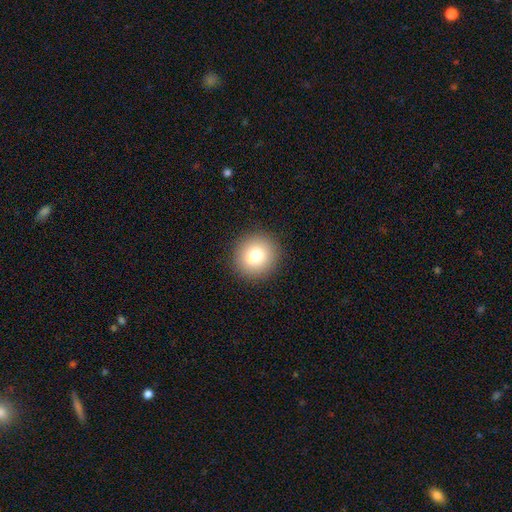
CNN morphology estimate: Q: Smooth or featured?
A: smooth (71%); runner-up: featured or disk (17%)
Q: How rounded?
A: round (91%); runner-up: in between (8%)
Q: Merging?
A: none (80%); runner-up: minor disturbance (9%)